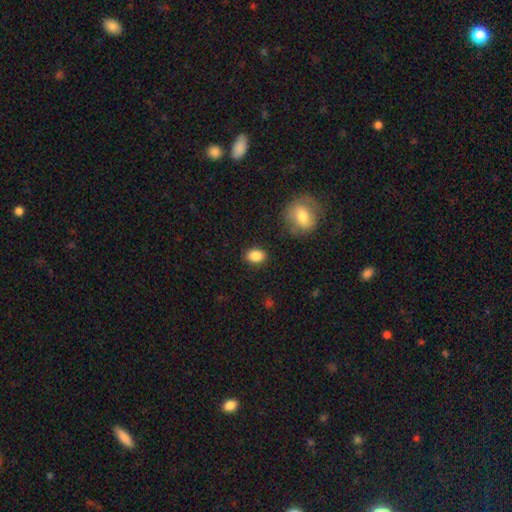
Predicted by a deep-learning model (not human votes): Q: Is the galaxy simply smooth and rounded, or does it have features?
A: smooth — 87%.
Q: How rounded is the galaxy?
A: in between — 72%.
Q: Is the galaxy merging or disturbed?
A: none — 86%.